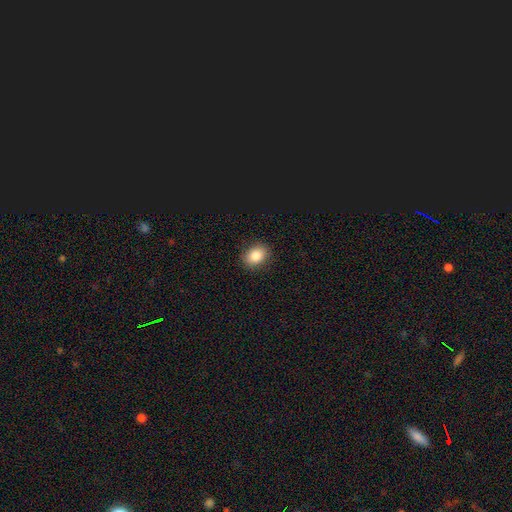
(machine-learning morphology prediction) Smooth or featured? Predicted: smooth (p=0.84). How rounded? Predicted: in between (p=0.59). Merging? Predicted: none (p=0.88).